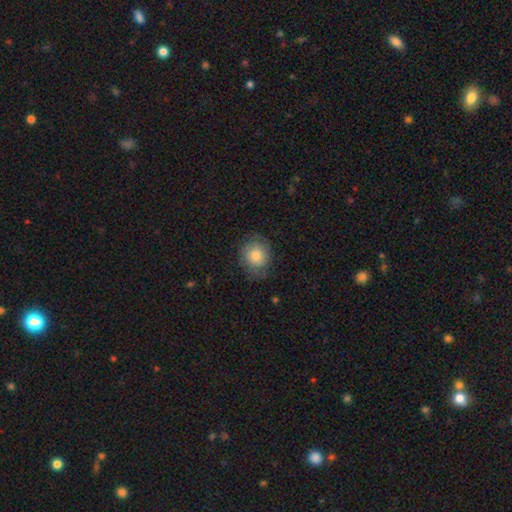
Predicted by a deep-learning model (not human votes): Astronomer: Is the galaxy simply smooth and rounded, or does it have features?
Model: smooth — 68%.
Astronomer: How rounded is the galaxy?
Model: round — 78%.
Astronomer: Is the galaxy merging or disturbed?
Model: none — 71%.